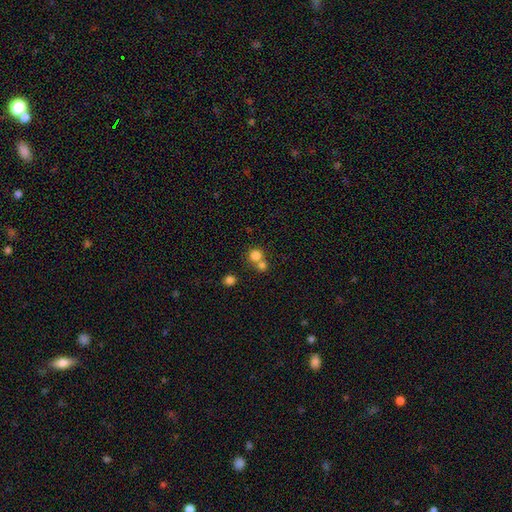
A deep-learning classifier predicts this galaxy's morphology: Smooth or featured? smooth (79%)
How rounded? round (87%)
Merging? merger (46%)